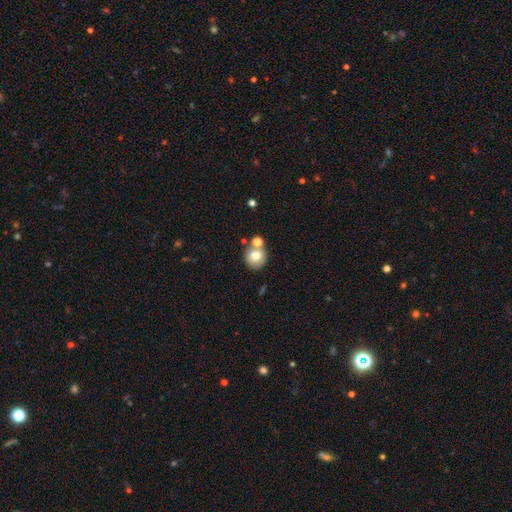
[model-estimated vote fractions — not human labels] smooth 75%, featured or disk 15%, star or artifact 10%. Down the decision tree: how rounded — round (85%); merging — none (60%).